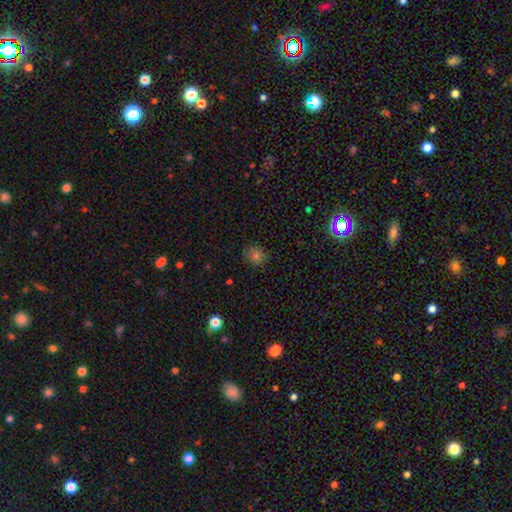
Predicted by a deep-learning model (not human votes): This appears to be a smooth galaxy with no disk features (67%) that is round (81%). Merging: none (83%).